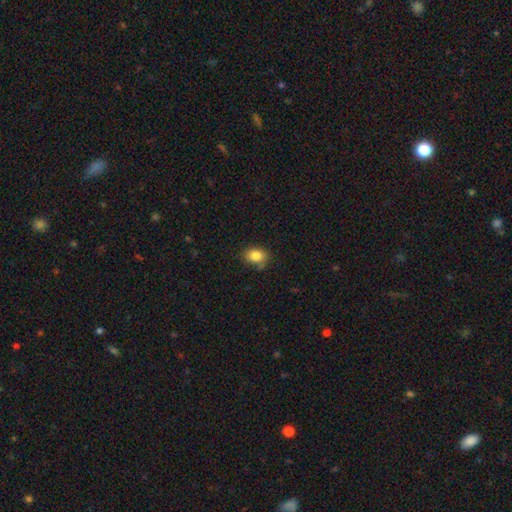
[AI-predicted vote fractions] A smooth galaxy with no disk features (83%) that is in between round and cigar-shaped (66%).

Vote fractions:
- Smooth or featured? smooth: 83% / star or artifact: 10% / featured or disk: 7%
- How rounded? in between: 66% / round: 33% / cigar-shaped: 1%
- Merging? none: 74% / minor disturbance: 19% / major disturbance: 4% / merger: 3%